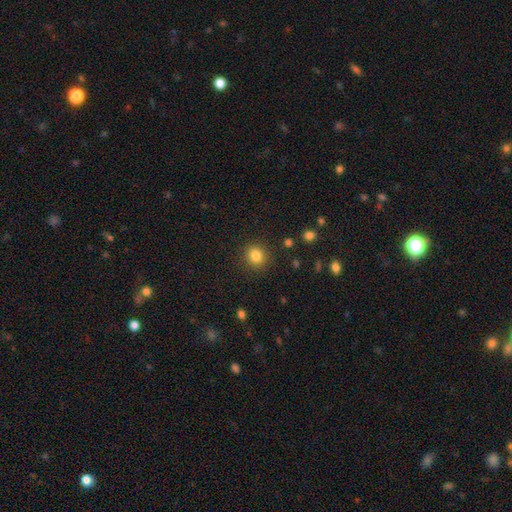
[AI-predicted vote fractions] smooth 84%, star or artifact 11%, featured or disk 5%. Down the decision tree: how rounded — round (79%); merging — none (89%).